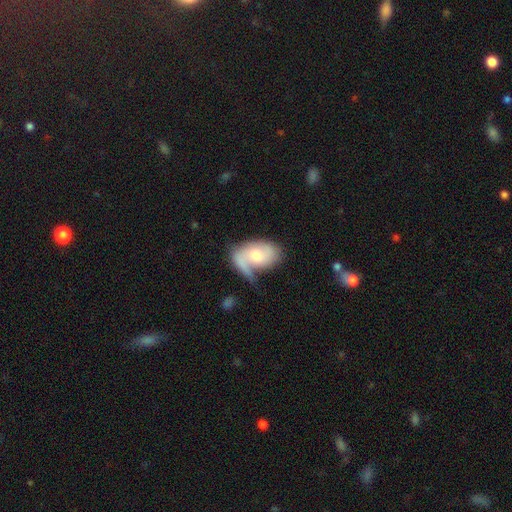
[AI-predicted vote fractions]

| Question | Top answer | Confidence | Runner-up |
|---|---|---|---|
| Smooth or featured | featured or disk | 50% | smooth (44%) |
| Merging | none | 34% | major disturbance (27%) |